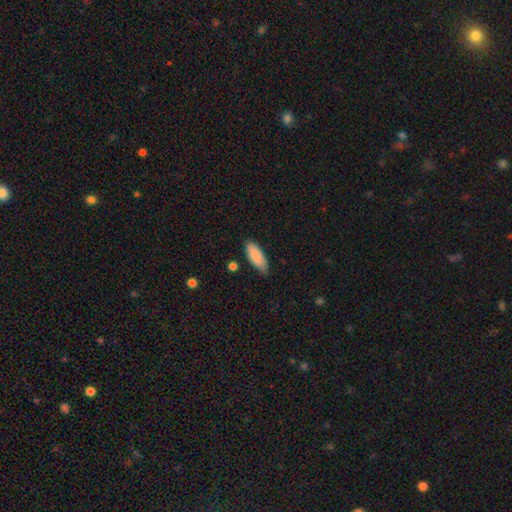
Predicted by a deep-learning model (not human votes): Smooth or featured: smooth — 86% (featured or disk — 8%)
How rounded: in between — 73% (cigar-shaped — 25%)
Merging: none — 80% (minor disturbance — 16%)